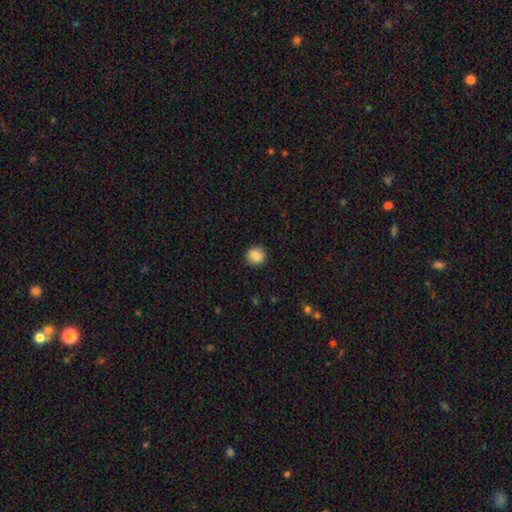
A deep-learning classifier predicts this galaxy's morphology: A smooth galaxy with no disk features (87%) that is round (87%). Merging: none (90%).